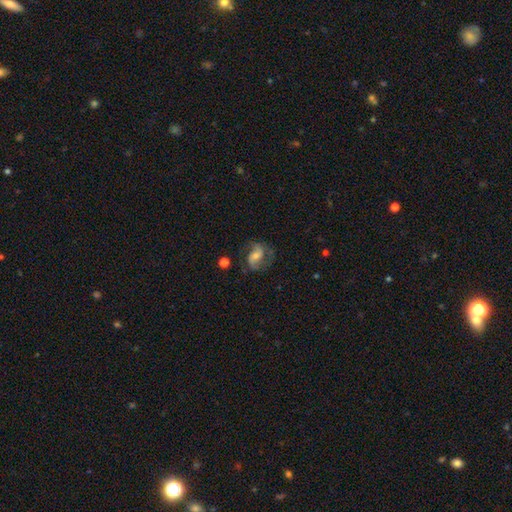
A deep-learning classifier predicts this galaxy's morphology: Q: Smooth or featured?
A: featured or disk (72%); runner-up: smooth (20%)
Q: Edge-on disk?
A: no (97%); runner-up: yes (3%)
Q: Bar?
A: no (41%); runner-up: weak (40%)
Q: Spiral arms?
A: yes (91%); runner-up: no (9%)
Q: Spiral winding?
A: medium (49%); runner-up: loose (32%)
Q: Spiral arm count?
A: 2 (84%); runner-up: can't tell (7%)
Q: Bulge size?
A: small (45%); runner-up: moderate (44%)
Q: Merging?
A: none (64%); runner-up: minor disturbance (19%)